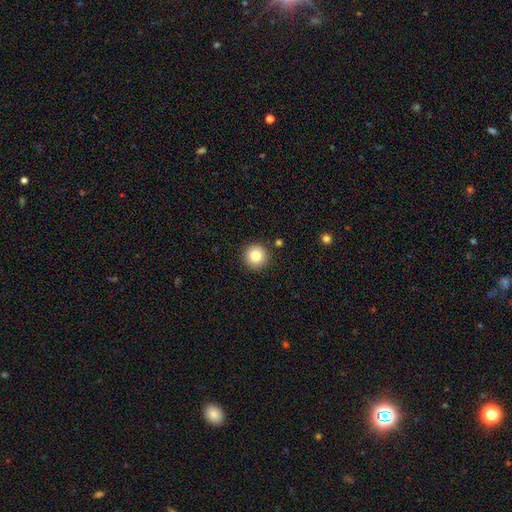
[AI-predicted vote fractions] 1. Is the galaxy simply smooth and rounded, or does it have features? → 84% smooth, 9% star or artifact, 6% featured or disk.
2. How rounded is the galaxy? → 96% round, 3% in between, 1% cigar-shaped.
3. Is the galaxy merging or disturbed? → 90% none, 6% minor disturbance, 2% major disturbance, 2% merger.